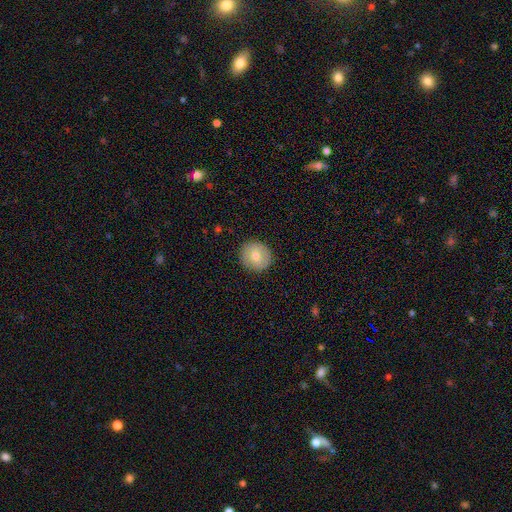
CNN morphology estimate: This is likely a smooth galaxy (69%). How rounded: clearly round (88%). Merging: clearly none (90%).